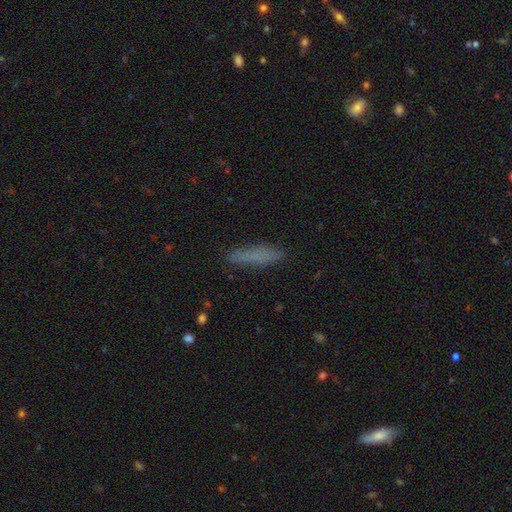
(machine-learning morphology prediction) smooth_or_featured: smooth (p=0.76) [alt: featured or disk p=0.15]
how_rounded: cigar-shaped (p=0.86) [alt: in between p=0.12]
merging: none (p=0.86) [alt: minor disturbance p=0.11]